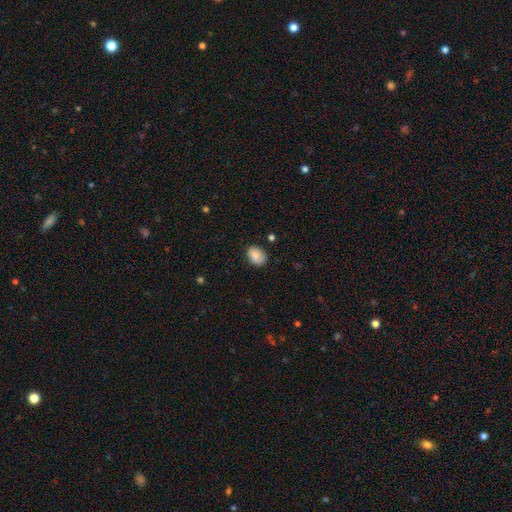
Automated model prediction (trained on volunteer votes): smooth_or_featured: smooth (p=0.84) [alt: featured or disk p=0.09]
how_rounded: in between (p=0.71) [alt: round p=0.28]
merging: none (p=0.83) [alt: minor disturbance p=0.13]